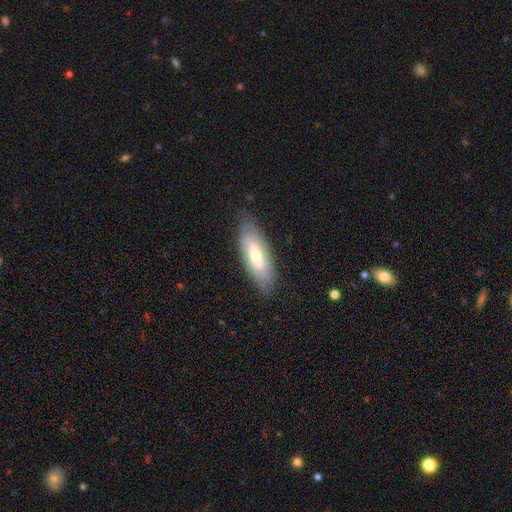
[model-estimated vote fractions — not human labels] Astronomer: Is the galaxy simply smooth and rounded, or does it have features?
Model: featured or disk — 47% (runner-up: smooth, 46%).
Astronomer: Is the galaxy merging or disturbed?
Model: none — 79%.